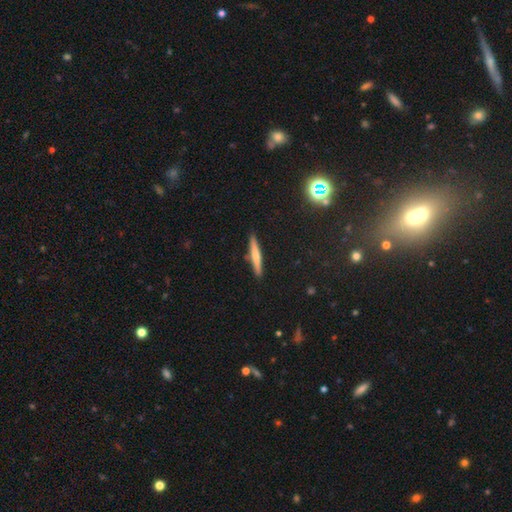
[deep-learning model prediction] smooth 59%, featured or disk 34%, star or artifact 7%. Down the decision tree: how rounded — cigar-shaped (94%); merging — none (88%).